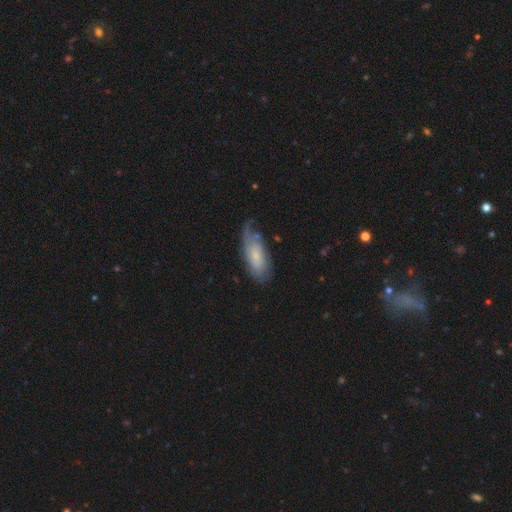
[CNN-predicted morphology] Q: Smooth or featured?
A: featured or disk (52%); runner-up: smooth (42%)
Q: Edge-on disk?
A: no (87%); runner-up: yes (13%)
Q: Merging?
A: none (48%); runner-up: minor disturbance (31%)